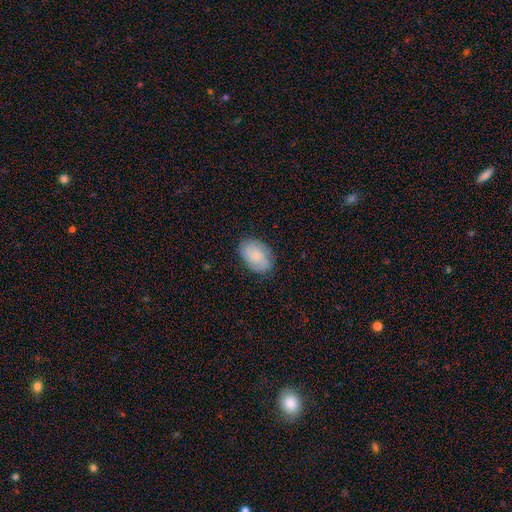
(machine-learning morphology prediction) Q: Smooth or featured?
A: smooth (59%); runner-up: featured or disk (33%)
Q: How rounded?
A: in between (84%); runner-up: round (14%)
Q: Merging?
A: none (82%); runner-up: minor disturbance (14%)